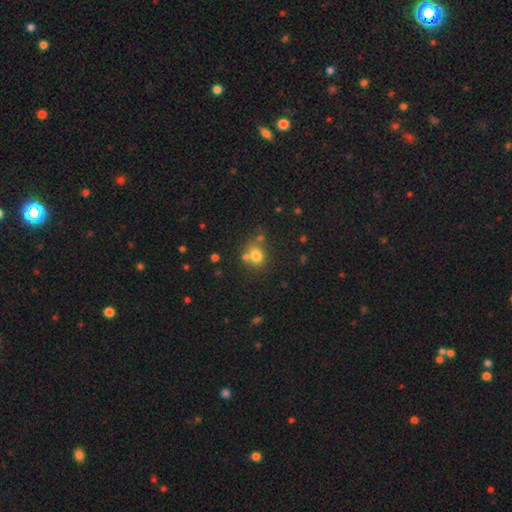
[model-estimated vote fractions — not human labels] Overall: smooth (75%). How rounded: round (65%; in between 34%). Merging: none (53%; merger 27%).